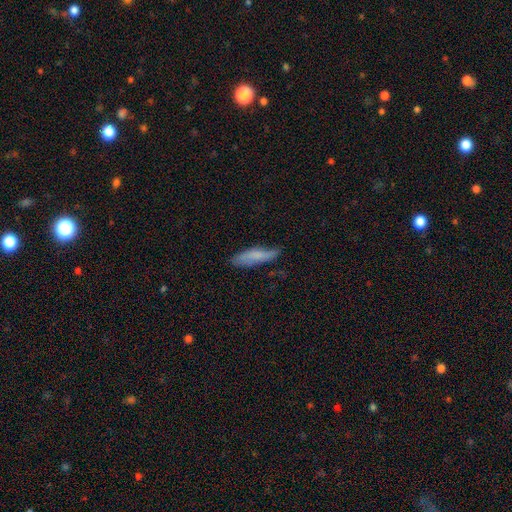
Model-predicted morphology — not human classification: smooth 68%, featured or disk 25%, star or artifact 7%. Down the decision tree: how rounded — cigar-shaped (69%); merging — none (67%).